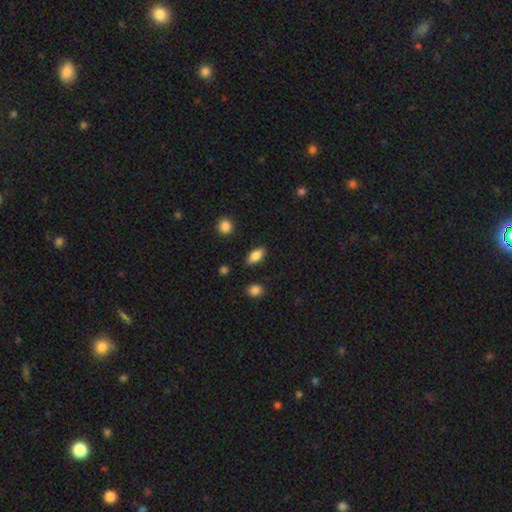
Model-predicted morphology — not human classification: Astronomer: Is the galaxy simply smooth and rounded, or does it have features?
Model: smooth — 84%.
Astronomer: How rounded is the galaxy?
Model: in between — 87%.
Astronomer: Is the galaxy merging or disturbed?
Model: none — 86%.